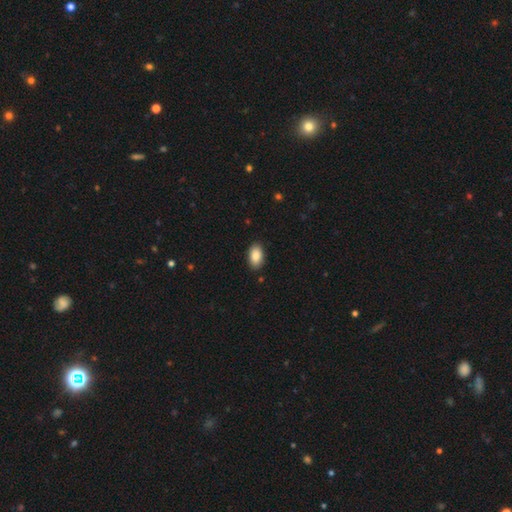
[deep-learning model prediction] Q: Smooth or featured?
A: smooth (87%); runner-up: star or artifact (7%)
Q: How rounded?
A: in between (94%); runner-up: round (5%)
Q: Merging?
A: none (89%); runner-up: minor disturbance (8%)